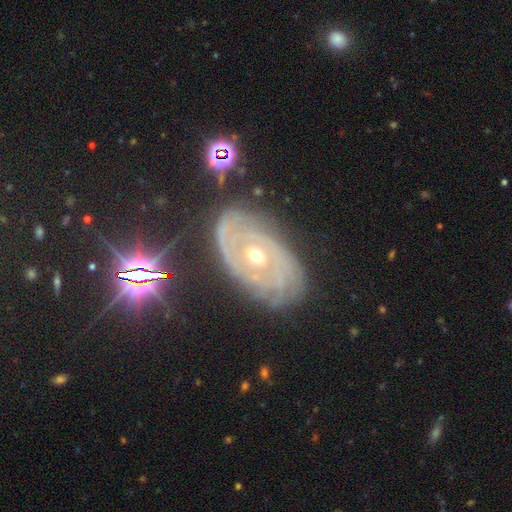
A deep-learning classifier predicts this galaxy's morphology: Overall: featured or disk (83%). Edge-on disk: no (95%). Bar: no (70%). Spiral arms: yes (92%). Spiral arm count: can't tell (38%; 2 25%). Spiral winding: tight (80%). Bulge size: moderate (52%; small 45%). Merging: none (77%).